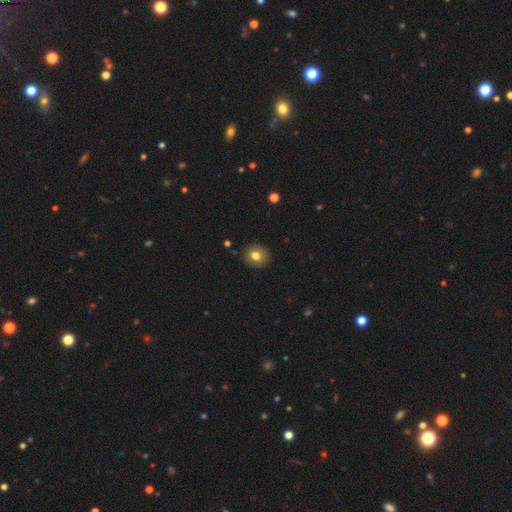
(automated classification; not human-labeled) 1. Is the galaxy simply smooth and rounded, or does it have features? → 79% smooth, 10% featured or disk, 10% star or artifact.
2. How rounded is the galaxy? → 81% round, 18% in between, 1% cigar-shaped.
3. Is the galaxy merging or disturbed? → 90% none, 7% minor disturbance, 2% major disturbance, 1% merger.